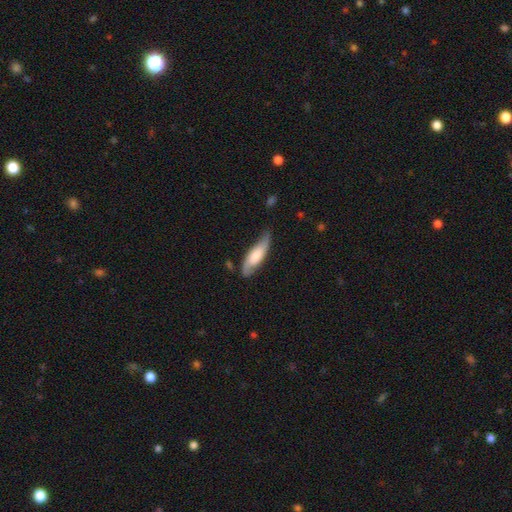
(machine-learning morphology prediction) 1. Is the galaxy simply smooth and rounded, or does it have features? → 52% smooth, 42% featured or disk, 6% star or artifact.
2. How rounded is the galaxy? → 53% cigar-shaped, 45% in between, 2% round.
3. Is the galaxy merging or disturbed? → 67% none, 26% minor disturbance, 6% major disturbance, 2% merger.